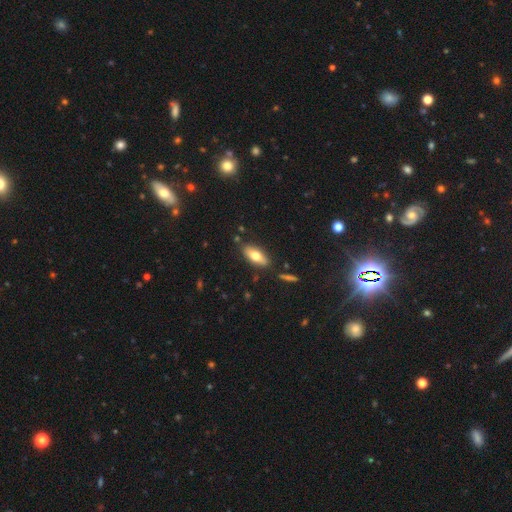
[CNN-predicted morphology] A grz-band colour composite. It shows a smooth galaxy with no disk features (68%) that is in between round and cigar-shaped (80%). Merging: none (84%).